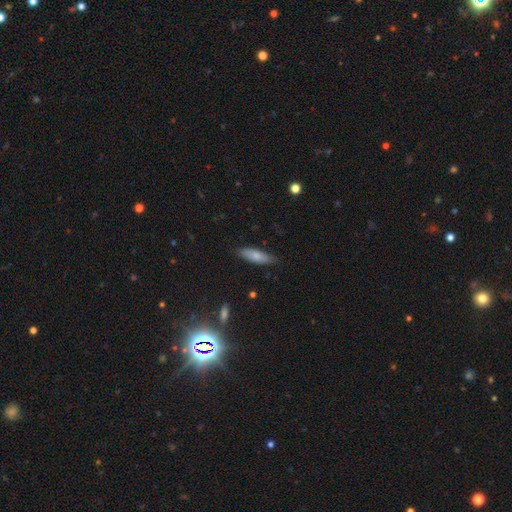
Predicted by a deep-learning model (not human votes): Smooth or featured?
  - smooth: 74% *
  - featured or disk: 20%
  - star or artifact: 6%
How rounded?
  - cigar-shaped: 54% *
  - in between: 44%
  - round: 2%
Merging?
  - none: 82% *
  - minor disturbance: 14%
  - major disturbance: 2%
  - merger: 1%